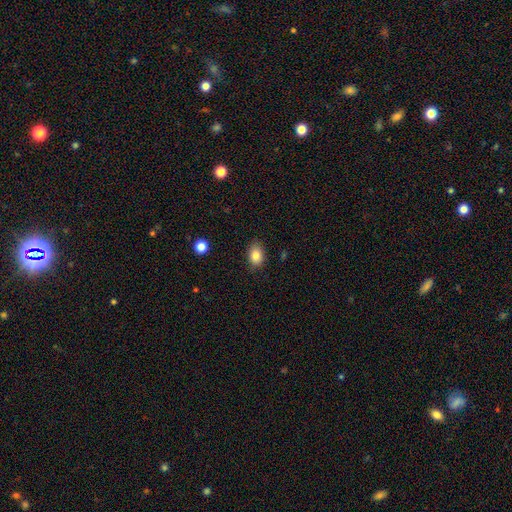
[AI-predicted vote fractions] This appears to be a smooth galaxy with no disk features (85%) that is in between round and cigar-shaped (75%). Merging: none (81%).